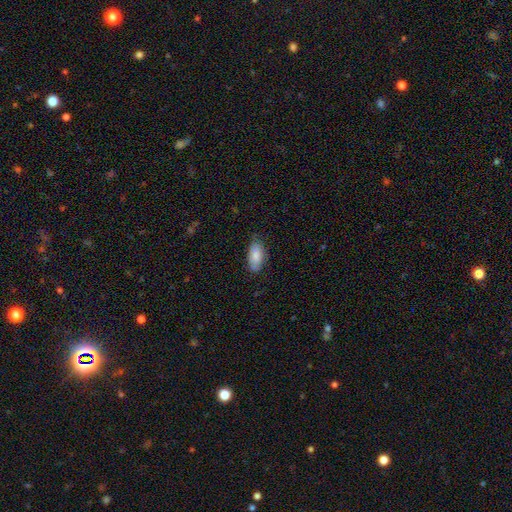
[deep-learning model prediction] Smooth or featured? smooth (83%)
How rounded? in between (90%)
Merging? none (74%)